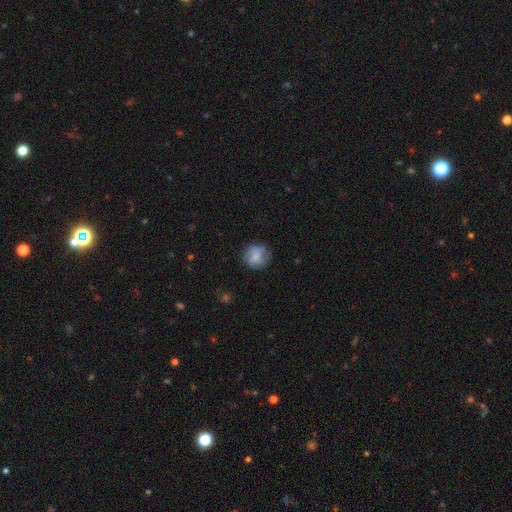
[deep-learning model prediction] Morphology: type=smooth (69%); roundness=round (84%); merging=none (73%).